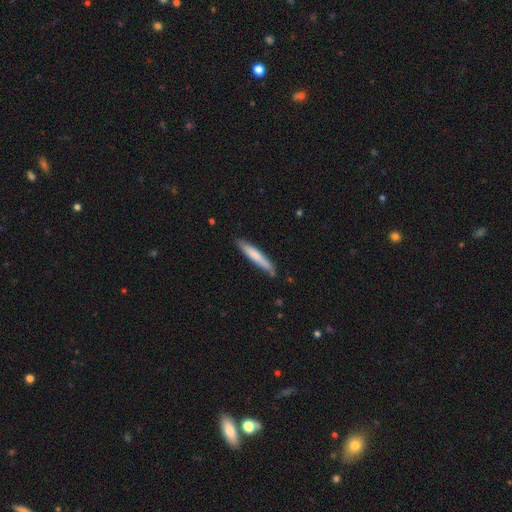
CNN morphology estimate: Smooth or featured? smooth (72%)
How rounded? cigar-shaped (94%)
Merging? none (83%)